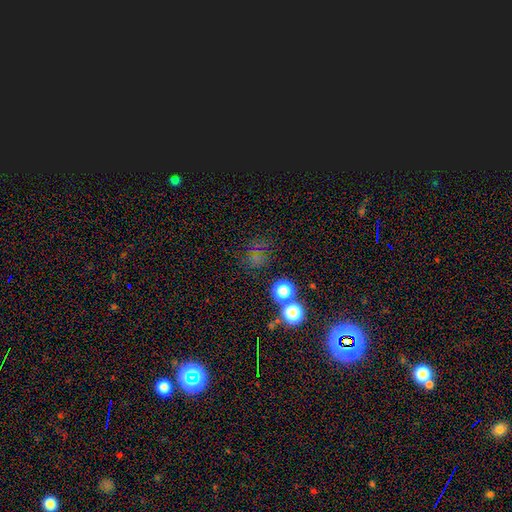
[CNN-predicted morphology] smooth_or_featured: star or artifact (p=0.51) [alt: smooth p=0.39]